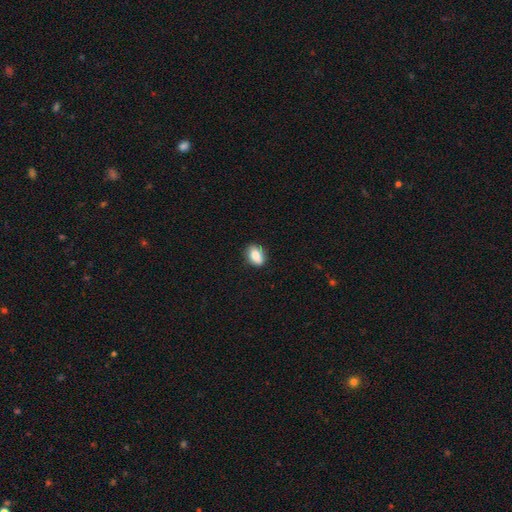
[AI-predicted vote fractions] A smooth galaxy with no disk features (82%) that is in between round and cigar-shaped (80%). Merging: none (80%).